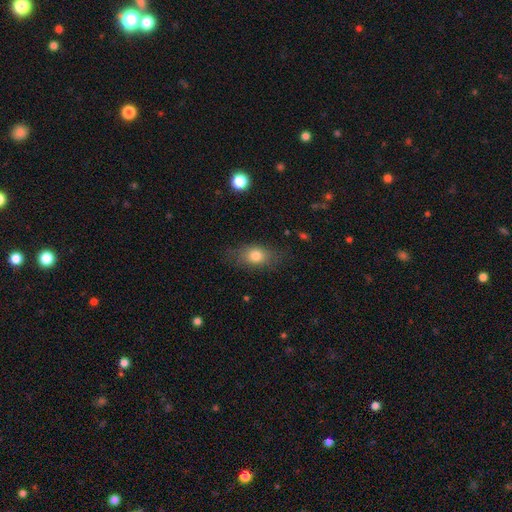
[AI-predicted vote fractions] Smooth or featured?
  - smooth: 78% *
  - featured or disk: 13%
  - star or artifact: 10%
How rounded?
  - in between: 72% *
  - round: 23%
  - cigar-shaped: 5%
Merging?
  - none: 75% *
  - minor disturbance: 17%
  - major disturbance: 7%
  - merger: 1%